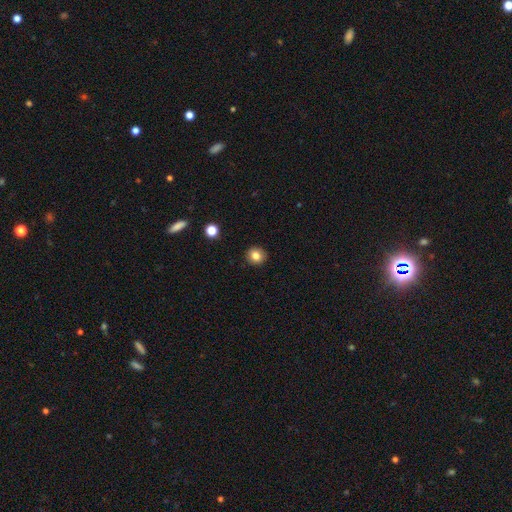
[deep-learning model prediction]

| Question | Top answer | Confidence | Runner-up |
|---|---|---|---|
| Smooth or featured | smooth | 83% | star or artifact (11%) |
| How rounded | round | 87% | in between (12%) |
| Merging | none | 91% | minor disturbance (6%) |